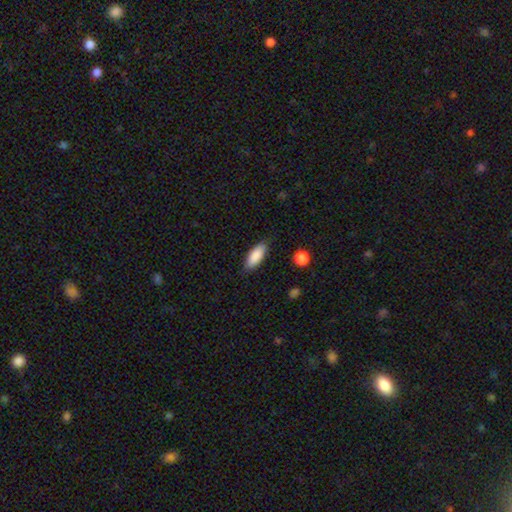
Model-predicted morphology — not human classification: type=smooth (87%); roundness=in between (76%); merging=none (85%).